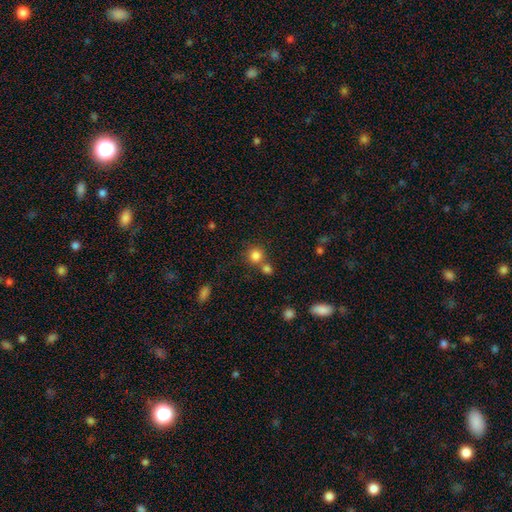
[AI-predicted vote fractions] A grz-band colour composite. It shows a smooth galaxy with no disk features (82%) that is round (90%). Merging: none (62%).